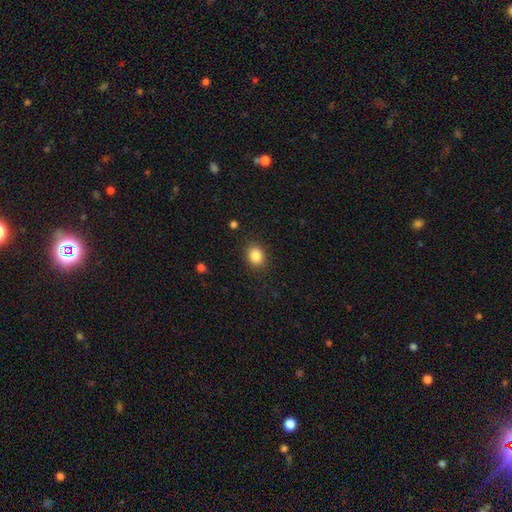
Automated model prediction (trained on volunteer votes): This is clearly a smooth galaxy (86%). How rounded: likely round (61%). Merging: clearly none (87%).